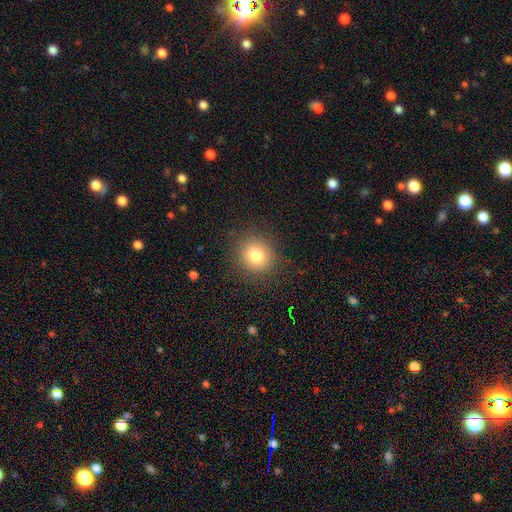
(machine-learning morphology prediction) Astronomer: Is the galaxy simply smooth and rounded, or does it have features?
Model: smooth — 80%.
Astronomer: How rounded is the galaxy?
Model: round — 90%.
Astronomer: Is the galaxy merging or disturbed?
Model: none — 88%.